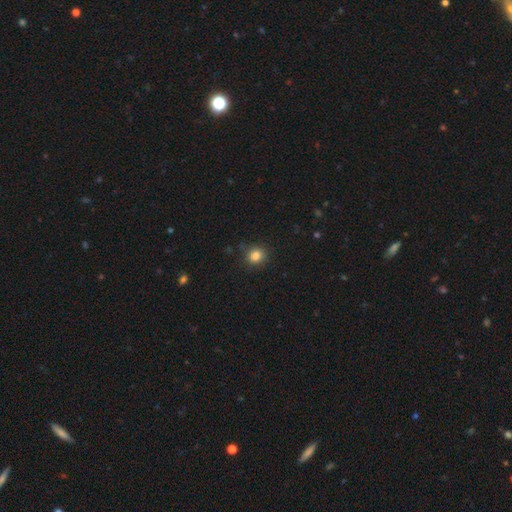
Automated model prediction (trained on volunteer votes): Smooth or featured: smooth — 83% (star or artifact — 12%)
How rounded: round — 81% (in between — 18%)
Merging: none — 86% (minor disturbance — 10%)